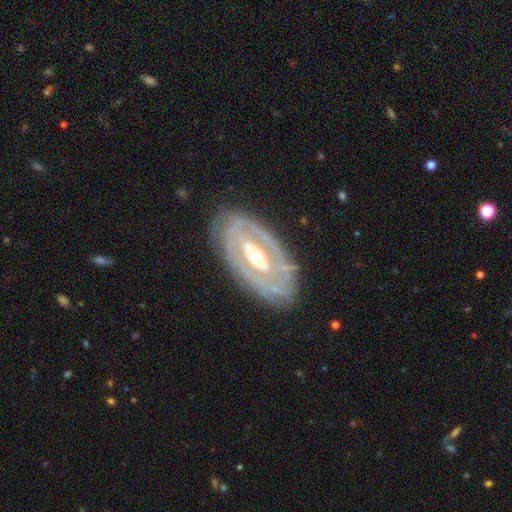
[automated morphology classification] Smooth or featured?
  - featured or disk: 84% *
  - smooth: 12%
  - star or artifact: 4%
Edge-on disk?
  - no: 91% *
  - yes: 9%
Bar?
  - no: 36% *
  - strong: 32%
  - weak: 32%
Spiral arms?
  - yes: 69% *
  - no: 31%
Spiral winding?
  - tight: 70% *
  - medium: 22%
  - loose: 8%
Spiral arm count?
  - 2: 42% *
  - can't tell: 37%
  - 3: 8%
  - 1: 6%
  - 4: 4%
  - more than 4: 3%
Bulge size?
  - moderate: 72% *
  - small: 16%
  - large: 10%
  - dominant: 1%
  - none: 1%
Merging?
  - none: 76% *
  - minor disturbance: 16%
  - major disturbance: 6%
  - merger: 1%